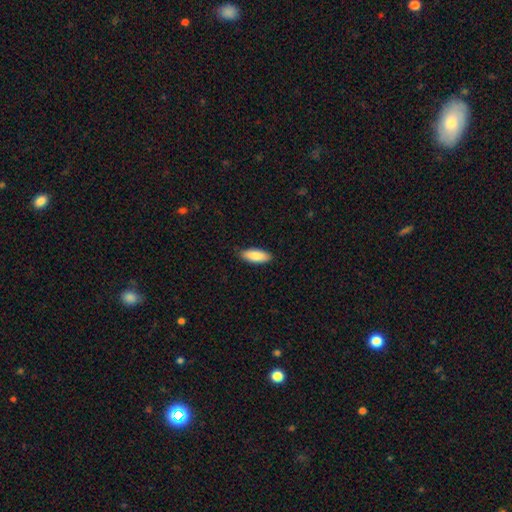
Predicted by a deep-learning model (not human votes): Smooth or featured: smooth — 88% (featured or disk — 6%)
How rounded: in between — 74% (cigar-shaped — 24%)
Merging: none — 88% (minor disturbance — 9%)